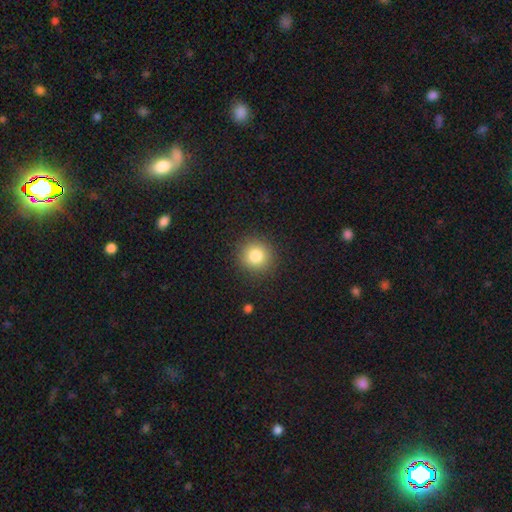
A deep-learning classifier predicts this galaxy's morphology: smooth_or_featured: smooth (p=0.81) [alt: star or artifact p=0.11]
how_rounded: round (p=0.92) [alt: in between p=0.07]
merging: none (p=0.90) [alt: minor disturbance p=0.07]